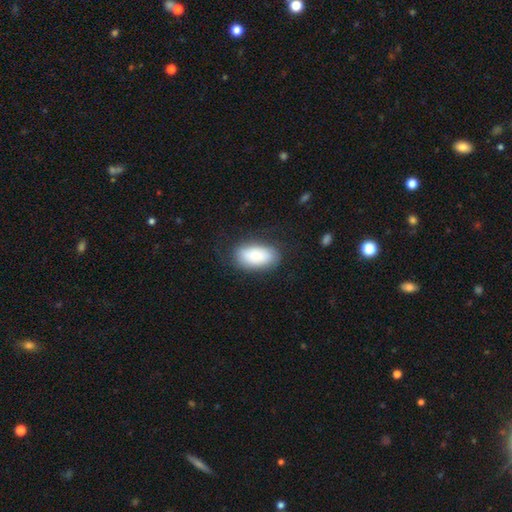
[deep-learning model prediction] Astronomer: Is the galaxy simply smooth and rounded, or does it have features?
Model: smooth — 81%.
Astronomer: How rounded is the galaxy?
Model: in between — 93%.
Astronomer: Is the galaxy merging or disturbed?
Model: none — 75%.